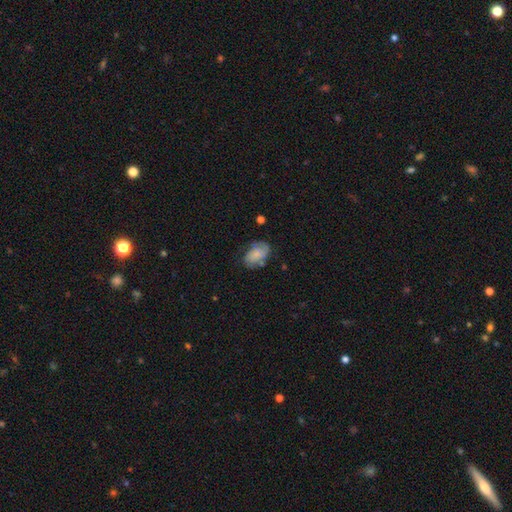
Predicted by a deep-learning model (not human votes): Overall: smooth (58%; featured or disk 33%). How rounded: in between (87%). Merging: none (54%; minor disturbance 29%).